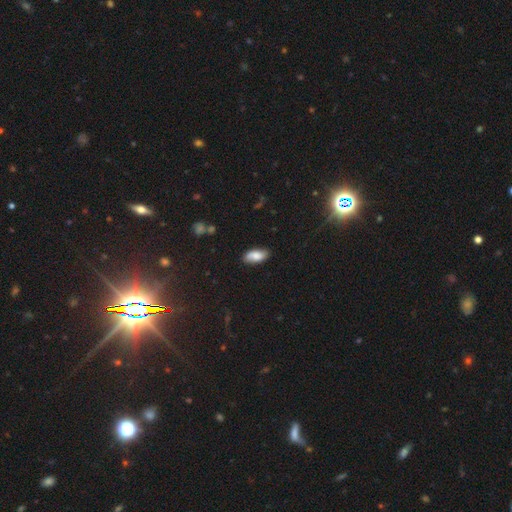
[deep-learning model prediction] This is likely a smooth galaxy (76%). How rounded: clearly in between (89%). Merging: clearly none (81%).